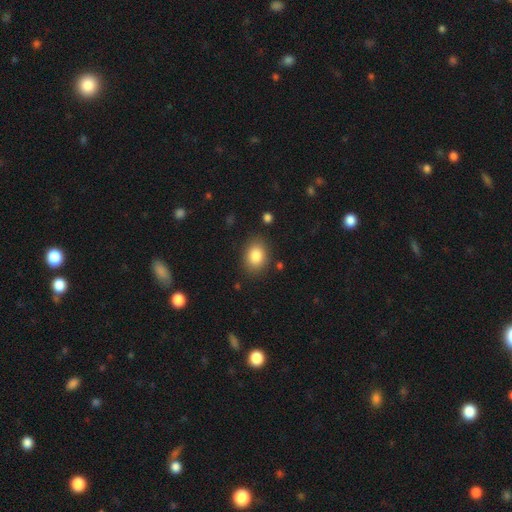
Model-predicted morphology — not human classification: type=smooth (85%); roundness=in between (62%); merging=none (84%).